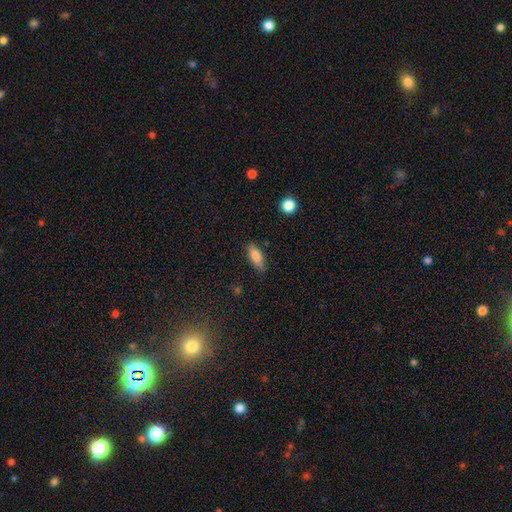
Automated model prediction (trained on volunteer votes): Overall: smooth (83%). How rounded: in between (72%). Merging: none (79%).